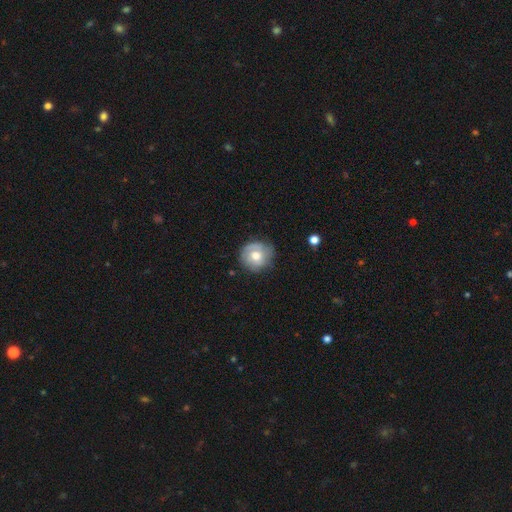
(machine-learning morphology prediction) Smooth or featured? Predicted: smooth (p=0.62). How rounded? Predicted: round (p=0.87). Merging? Predicted: none (p=0.66).